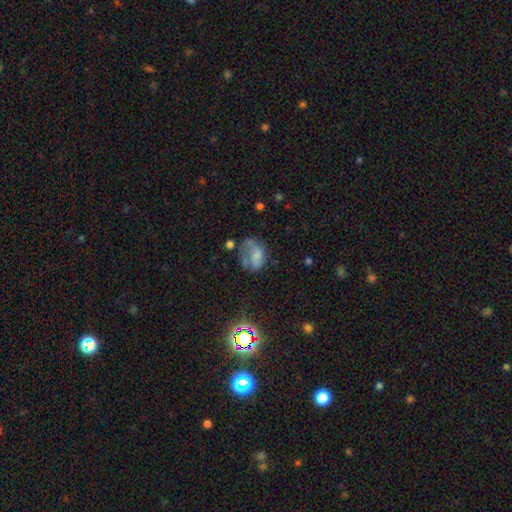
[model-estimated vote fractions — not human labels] A smooth galaxy with no disk features (50%). Merging: major disturbance (35%).